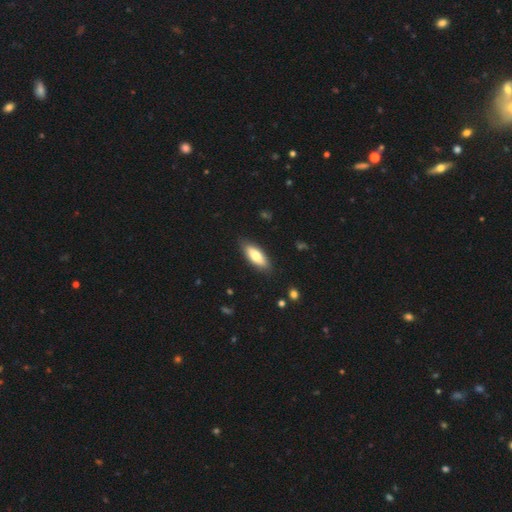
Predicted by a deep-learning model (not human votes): A smooth galaxy with no disk features (74%) that is in between round and cigar-shaped (73%).

Vote fractions:
- Smooth or featured? smooth: 74% / featured or disk: 21% / star or artifact: 6%
- How rounded? in between: 73% / cigar-shaped: 26% / round: 2%
- Merging? none: 86% / minor disturbance: 11% / major disturbance: 2% / merger: 1%